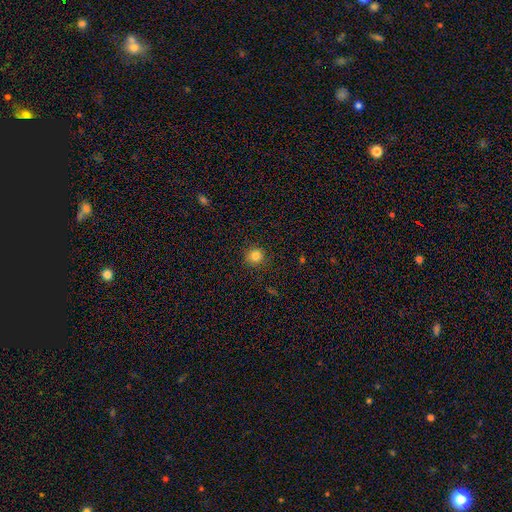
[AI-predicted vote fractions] smooth-or-featured: smooth: 82% | star or artifact: 13% | featured or disk: 5%
  how-rounded: round: 93% | in between: 6% | cigar-shaped: 1%
  merging: none: 89% | minor disturbance: 7% | major disturbance: 2% | merger: 1%